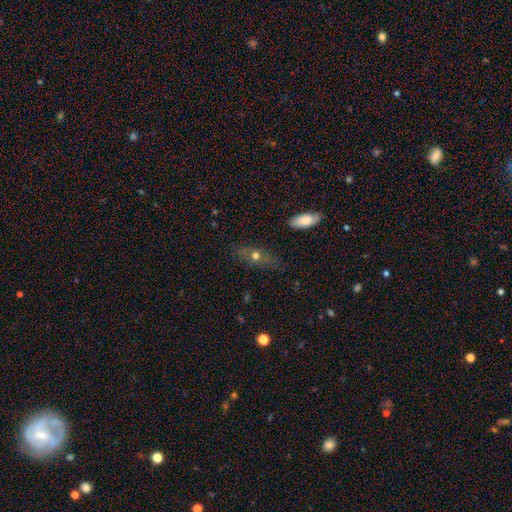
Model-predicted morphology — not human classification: Q: Smooth or featured?
A: smooth (58%); runner-up: featured or disk (29%)
Q: How rounded?
A: in between (54%); runner-up: cigar-shaped (32%)
Q: Merging?
A: none (76%); runner-up: minor disturbance (16%)